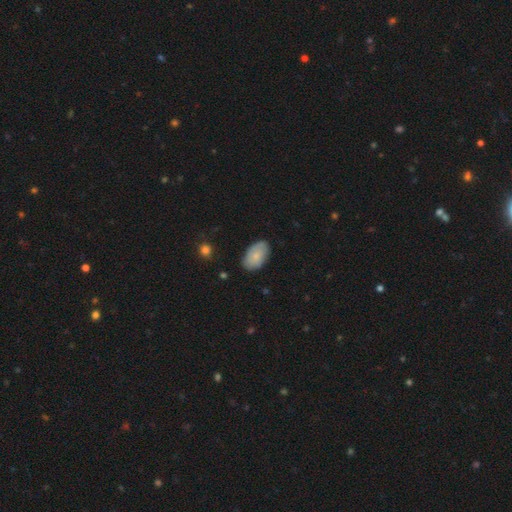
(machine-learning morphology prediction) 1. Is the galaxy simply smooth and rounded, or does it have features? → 75% smooth, 19% featured or disk, 6% star or artifact.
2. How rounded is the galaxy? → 94% in between, 5% round, 1% cigar-shaped.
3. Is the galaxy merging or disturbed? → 80% none, 16% minor disturbance, 3% major disturbance, 1% merger.